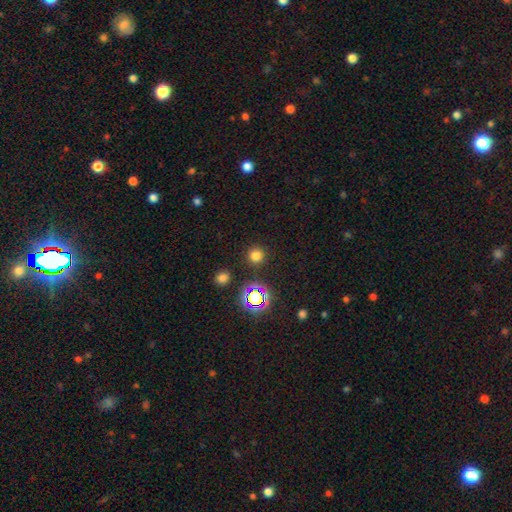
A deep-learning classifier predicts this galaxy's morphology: This is likely a smooth galaxy (73%). How rounded: clearly round (94%). Merging: clearly none (89%).